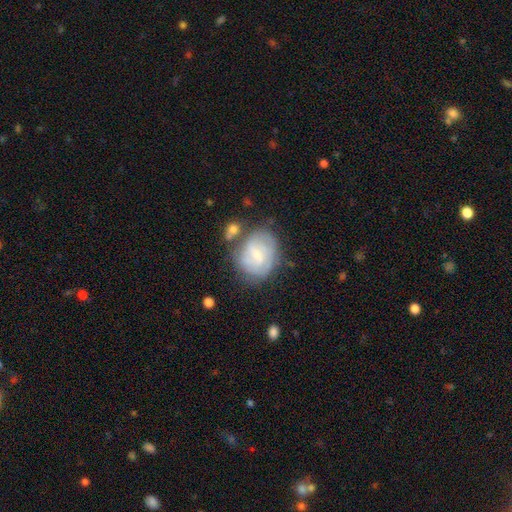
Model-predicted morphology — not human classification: type=featured or disk (58%); edge-on=no (97%); bar=weak (54%); spiral arms=yes (79%); bulge=small (60%); merging=none (60%).